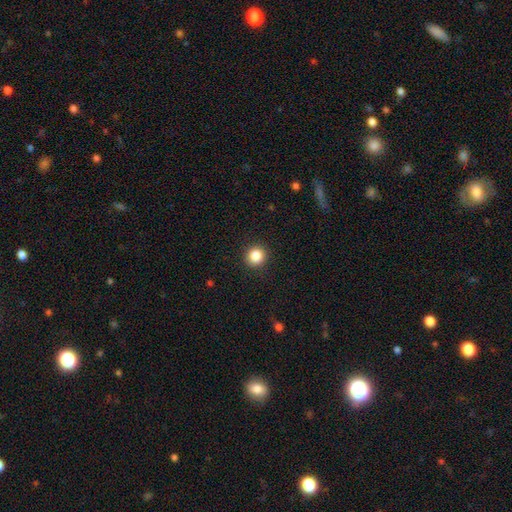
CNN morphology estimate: Smooth or featured? Predicted: smooth (p=0.84). How rounded? Predicted: round (p=0.91). Merging? Predicted: none (p=0.92).